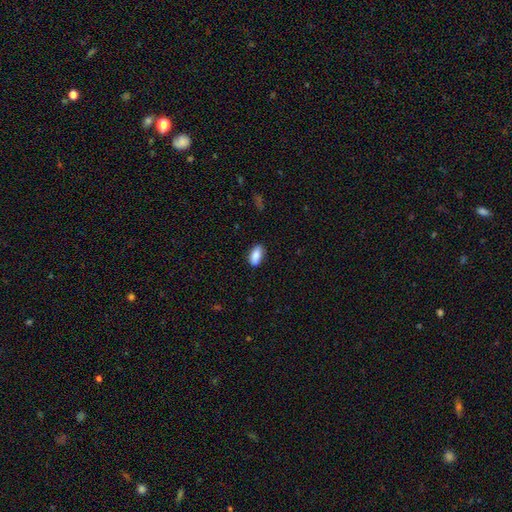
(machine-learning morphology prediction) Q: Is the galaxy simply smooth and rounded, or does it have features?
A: smooth — 87%.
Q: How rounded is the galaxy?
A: in between — 88%.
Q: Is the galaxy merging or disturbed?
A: none — 84%.